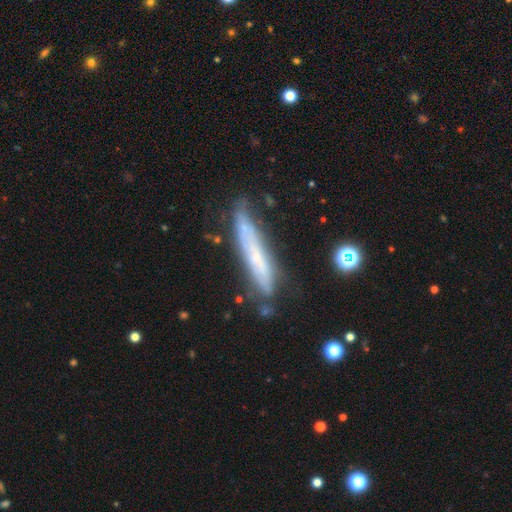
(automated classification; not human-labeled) featured or disk 52%, smooth 39%, star or artifact 9%. Down the decision tree: edge-on disk — yes (64%); merging — none (66%).